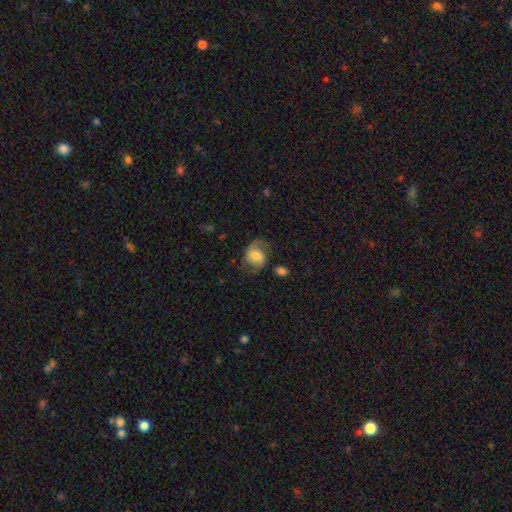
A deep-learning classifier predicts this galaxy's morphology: type=featured or disk (53%); edge-on=no (97%); bar=no (47%); spiral arms=yes (86%); bulge=moderate (49%); merging=none (61%).